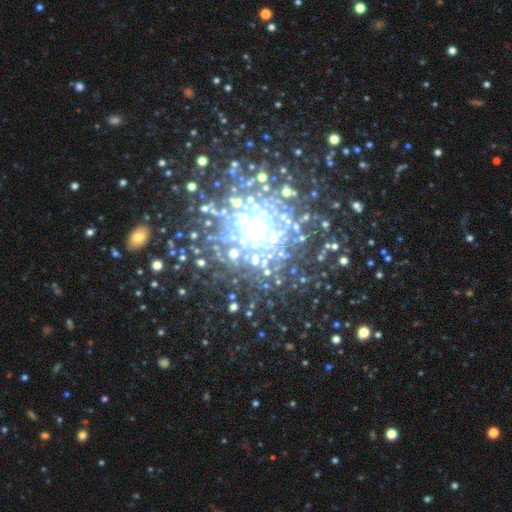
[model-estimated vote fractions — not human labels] smooth-or-featured: featured or disk: 48% | star or artifact: 37% | smooth: 16%
  merging: none: 62% | major disturbance: 16% | minor disturbance: 14% | merger: 8%